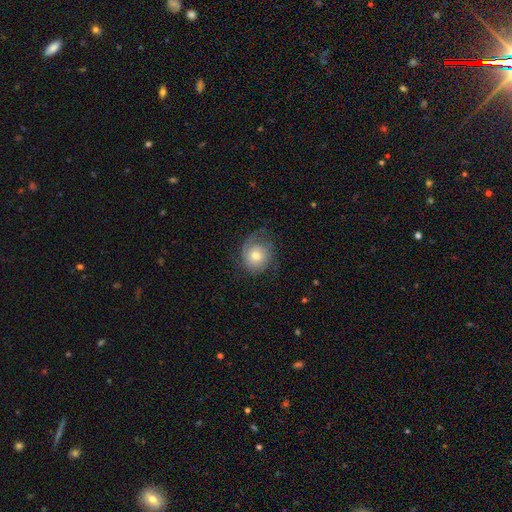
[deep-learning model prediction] This appears to be a featured or disk galaxy (50%). Merging: none (57%).